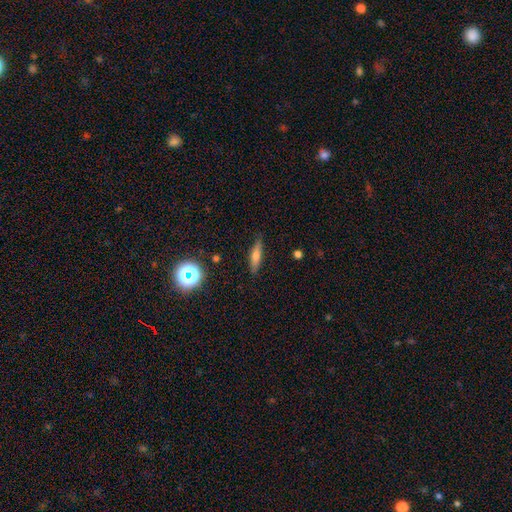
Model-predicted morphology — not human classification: Smooth or featured: smooth — 62% (featured or disk — 28%)
How rounded: cigar-shaped — 71% (in between — 25%)
Merging: none — 83% (minor disturbance — 12%)